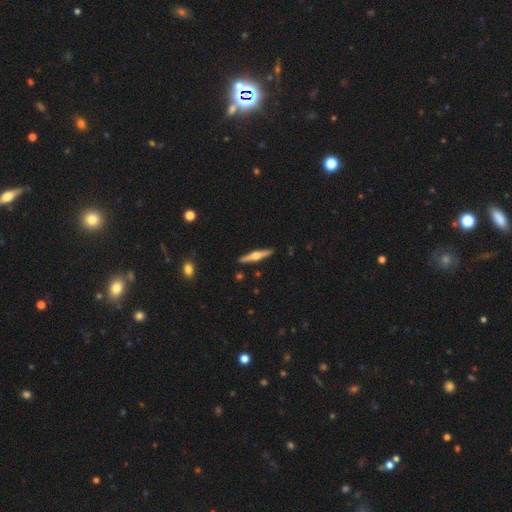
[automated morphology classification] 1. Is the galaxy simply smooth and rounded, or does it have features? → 70% featured or disk, 25% smooth, 5% star or artifact.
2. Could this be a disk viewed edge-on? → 98% yes, 2% no.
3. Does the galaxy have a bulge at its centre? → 93% rounded, 5% boxy, 2% none.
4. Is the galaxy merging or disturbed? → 91% none, 6% minor disturbance, 1% major disturbance, 1% merger.